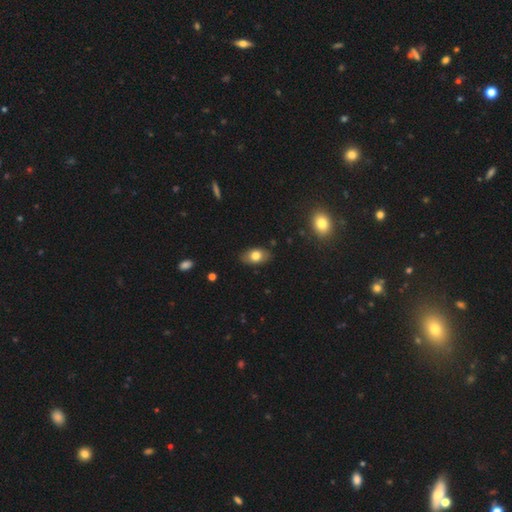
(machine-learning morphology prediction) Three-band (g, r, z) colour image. It shows a smooth galaxy with no disk features (76%) that is in between round and cigar-shaped (88%). Merging: none (84%).